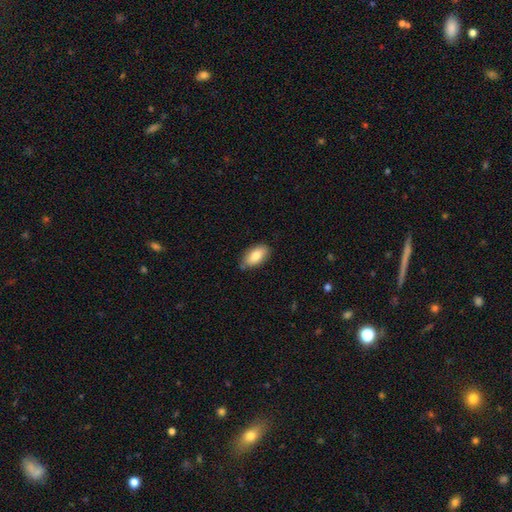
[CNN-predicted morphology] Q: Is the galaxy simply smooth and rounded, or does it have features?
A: smooth — 81%.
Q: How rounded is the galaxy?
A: in between — 93%.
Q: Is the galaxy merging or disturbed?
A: none — 80%.